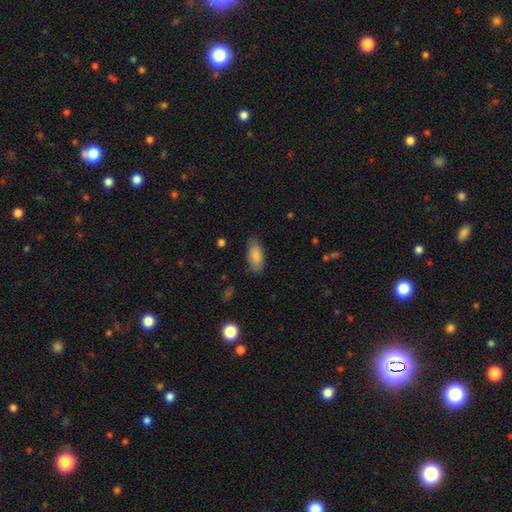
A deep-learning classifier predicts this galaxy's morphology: Smooth or featured? Predicted: smooth (p=0.87). How rounded? Predicted: in between (p=0.86). Merging? Predicted: none (p=0.84).